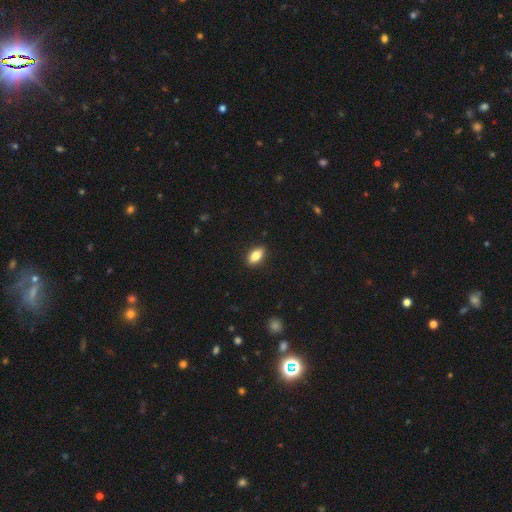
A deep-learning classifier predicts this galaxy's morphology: Q: Smooth or featured?
A: smooth (81%); runner-up: featured or disk (11%)
Q: How rounded?
A: in between (88%); runner-up: cigar-shaped (6%)
Q: Merging?
A: none (90%); runner-up: minor disturbance (8%)